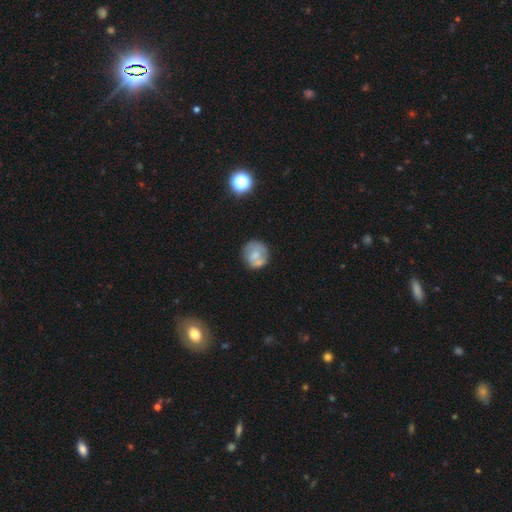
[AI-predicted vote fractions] A smooth galaxy with no disk features (61%) that is round (87%). Merging: none (62%).